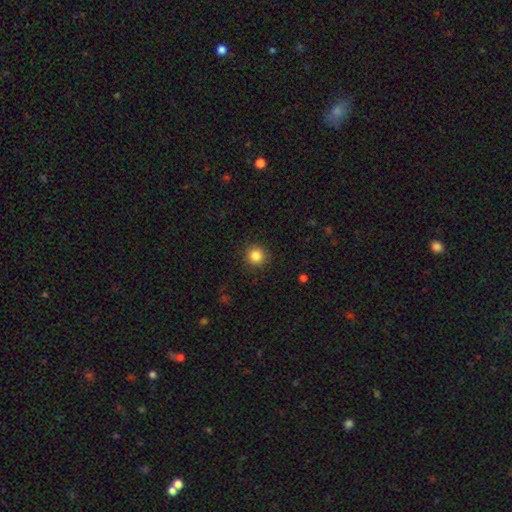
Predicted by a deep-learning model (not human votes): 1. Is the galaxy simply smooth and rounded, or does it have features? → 85% smooth, 11% star or artifact, 4% featured or disk.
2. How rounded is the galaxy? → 95% round, 4% in between, 1% cigar-shaped.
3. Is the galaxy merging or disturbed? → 91% none, 6% minor disturbance, 2% major disturbance, 1% merger.